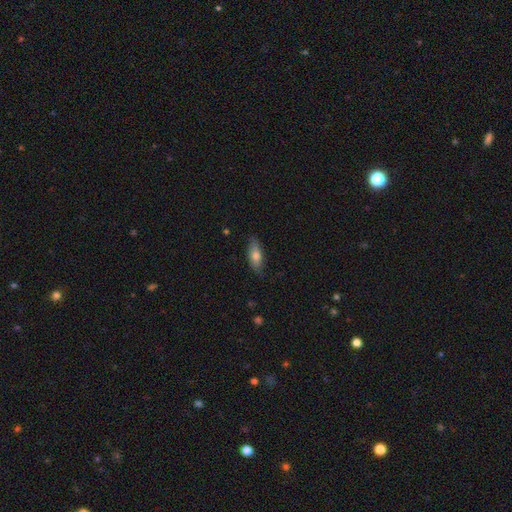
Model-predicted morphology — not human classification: Smooth or featured? smooth (70%)
How rounded? in between (72%)
Merging? none (77%)